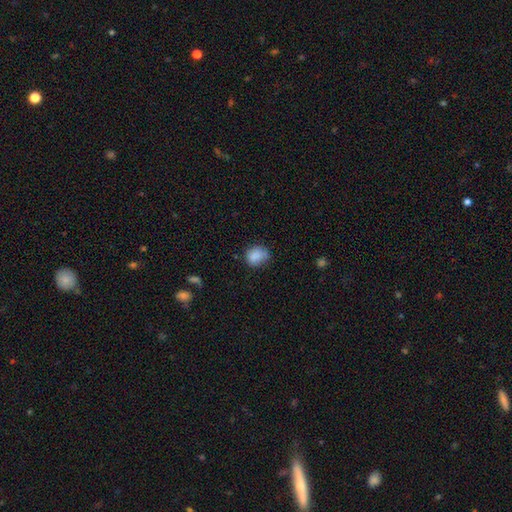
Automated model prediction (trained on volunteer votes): Smooth or featured: smooth — 85% (star or artifact — 9%)
How rounded: round — 55% (in between — 44%)
Merging: none — 62% (minor disturbance — 29%)